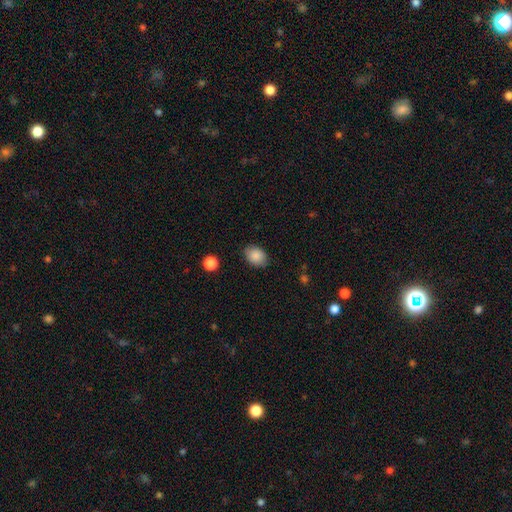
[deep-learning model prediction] smooth_or_featured: smooth (p=0.88) [alt: star or artifact p=0.08]
how_rounded: in between (p=0.75) [alt: round p=0.24]
merging: none (p=0.83) [alt: minor disturbance p=0.13]